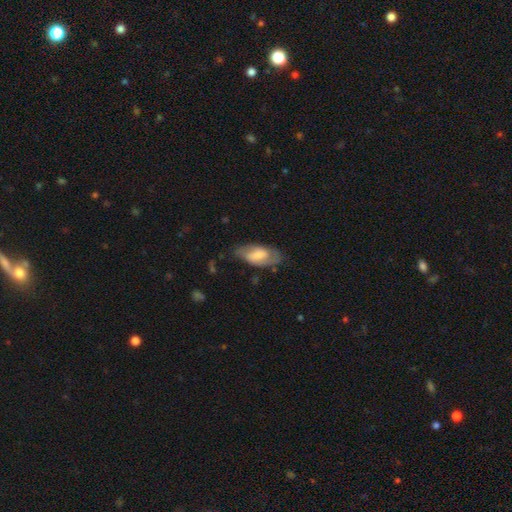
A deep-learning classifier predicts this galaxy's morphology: Smooth or featured? Predicted: featured or disk (p=0.48). Merging? Predicted: none (p=0.66).